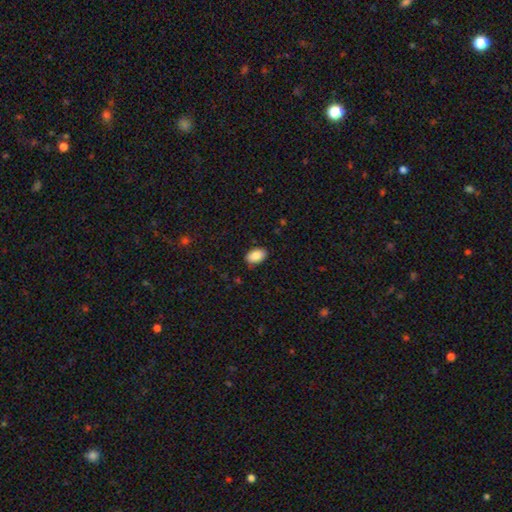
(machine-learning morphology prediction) Smooth or featured? Predicted: smooth (p=0.88). How rounded? Predicted: in between (p=0.92). Merging? Predicted: none (p=0.87).